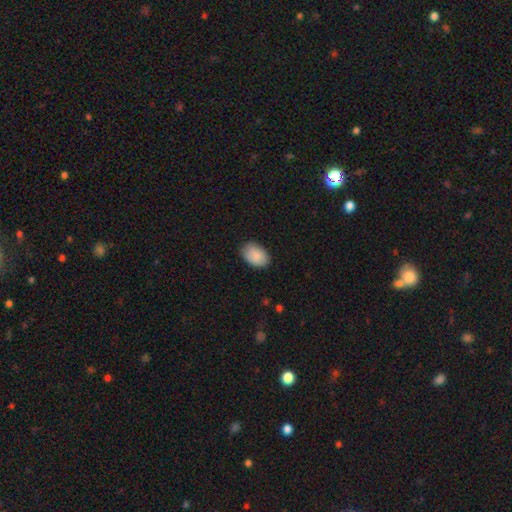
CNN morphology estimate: Smooth or featured?
  - smooth: 88% *
  - star or artifact: 6%
  - featured or disk: 5%
How rounded?
  - in between: 87% *
  - round: 12%
  - cigar-shaped: 1%
Merging?
  - none: 84% *
  - minor disturbance: 13%
  - major disturbance: 2%
  - merger: 1%